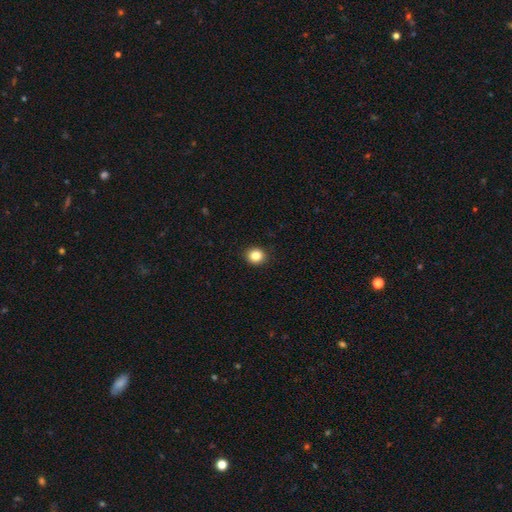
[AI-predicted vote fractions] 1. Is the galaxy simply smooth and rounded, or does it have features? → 85% smooth, 11% star or artifact, 5% featured or disk.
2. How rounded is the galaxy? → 82% round, 17% in between, 1% cigar-shaped.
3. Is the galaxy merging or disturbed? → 92% none, 5% minor disturbance, 2% major disturbance, 1% merger.